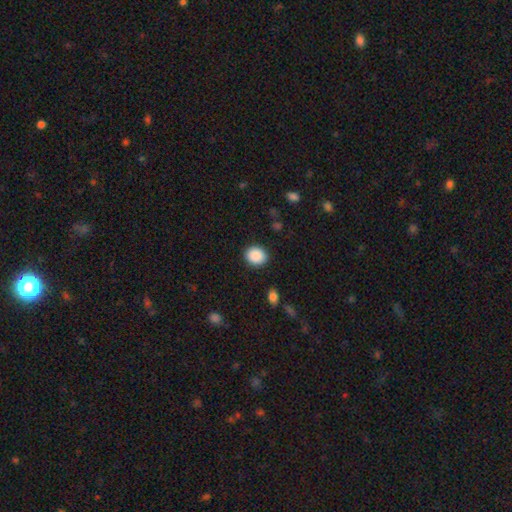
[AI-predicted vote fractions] smooth-or-featured: smooth: 89% | star or artifact: 8% | featured or disk: 3%
  how-rounded: round: 70% | in between: 29% | cigar-shaped: 1%
  merging: none: 90% | minor disturbance: 6% | major disturbance: 2% | merger: 1%